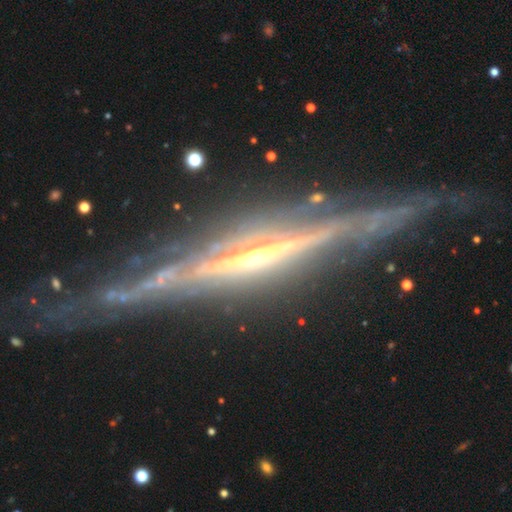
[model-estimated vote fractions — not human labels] This is clearly a featured or disk galaxy (86%). It is clearly viewed edge-on (87%). Edge-on bulge: possibly rounded (56%). Merging: likely none (66%).